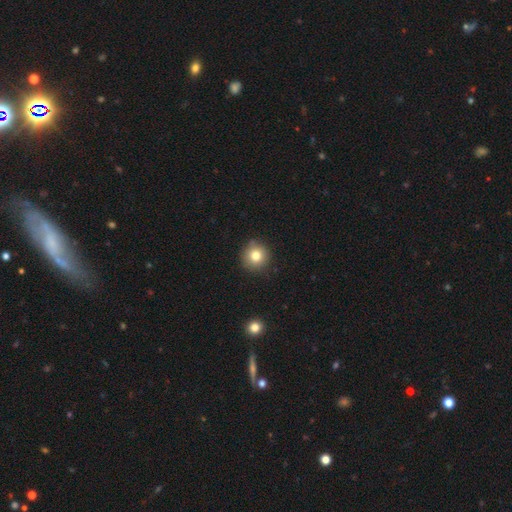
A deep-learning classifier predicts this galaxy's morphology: Smooth or featured?
  - smooth: 80% *
  - star or artifact: 12%
  - featured or disk: 9%
How rounded?
  - round: 94% *
  - in between: 5%
  - cigar-shaped: 1%
Merging?
  - none: 88% *
  - minor disturbance: 9%
  - major disturbance: 2%
  - merger: 2%